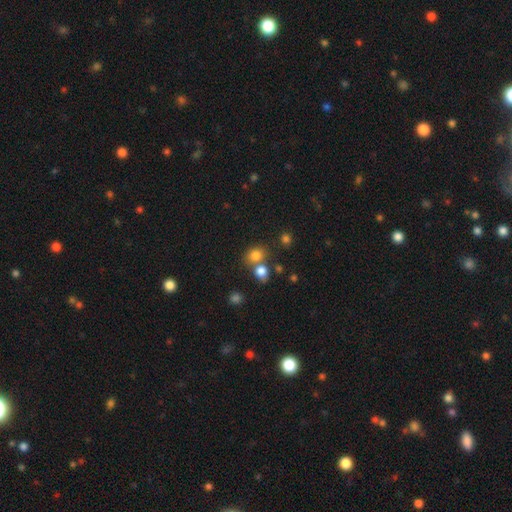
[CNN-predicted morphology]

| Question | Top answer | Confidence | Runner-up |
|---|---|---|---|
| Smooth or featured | smooth | 78% | star or artifact (15%) |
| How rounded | round | 66% | in between (33%) |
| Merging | none | 54% | merger (32%) |